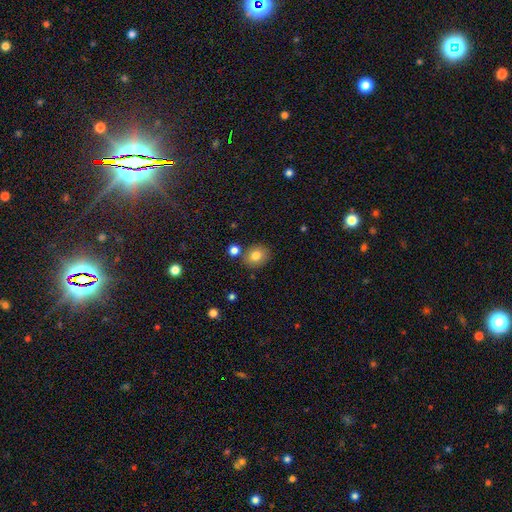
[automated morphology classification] Q: Smooth or featured?
A: smooth (80%); runner-up: star or artifact (11%)
Q: How rounded?
A: round (65%); runner-up: in between (34%)
Q: Merging?
A: none (77%); runner-up: minor disturbance (11%)